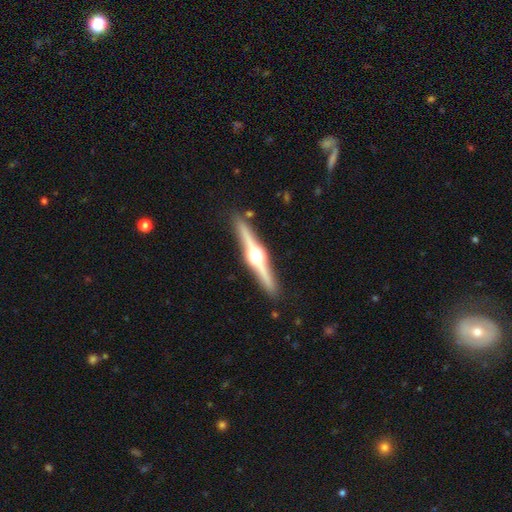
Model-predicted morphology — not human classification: type=featured or disk (82%); edge-on=yes (98%); edge-on bulge=rounded (95%); merging=none (89%).